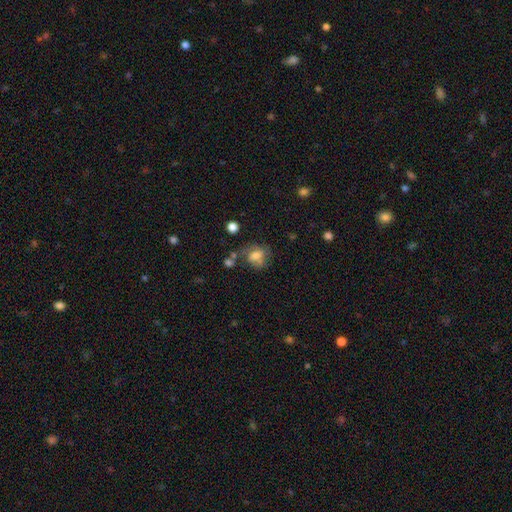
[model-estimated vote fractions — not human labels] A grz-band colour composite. It shows a smooth galaxy with no disk features (61%) that is in between round and cigar-shaped (53%). Merging: none (44%).